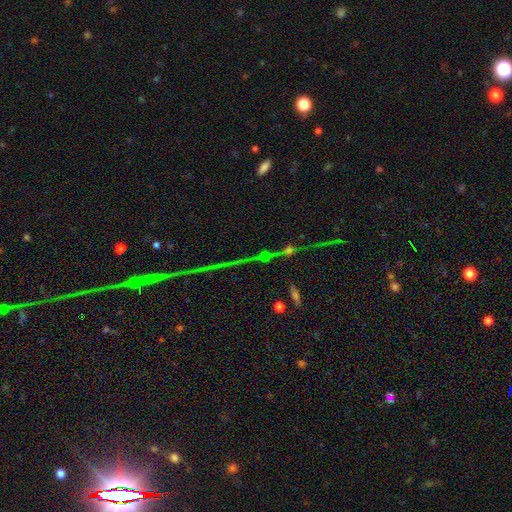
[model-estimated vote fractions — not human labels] star or artifact 68%, featured or disk 18%, smooth 14%.